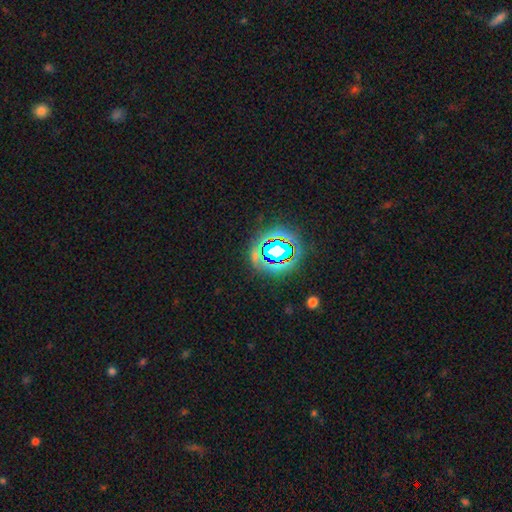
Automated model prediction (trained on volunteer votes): Morphology: type=star or artifact (66%).